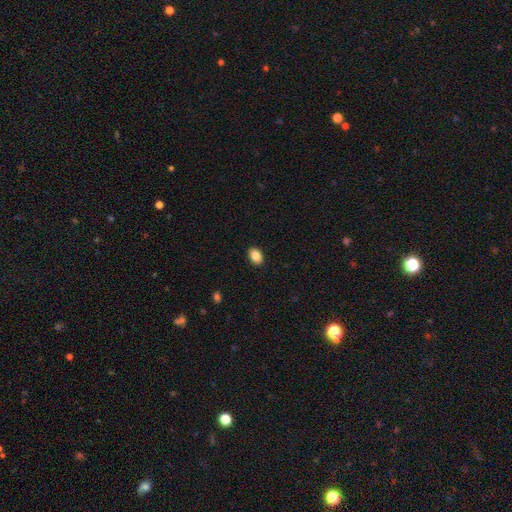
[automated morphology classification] Overall: smooth (87%). How rounded: in between (81%). Merging: none (90%).